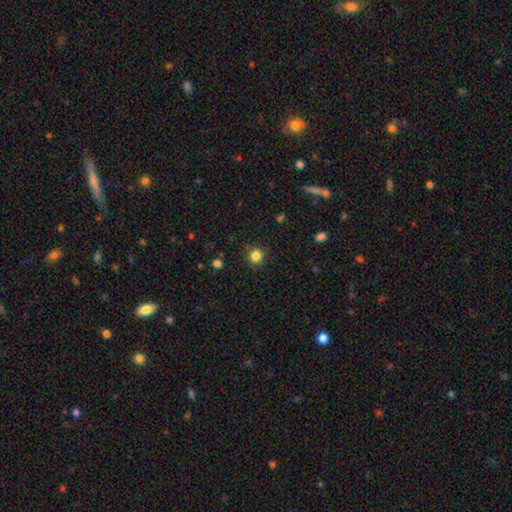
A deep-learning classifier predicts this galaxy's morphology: smooth_or_featured: smooth (p=0.83) [alt: star or artifact p=0.13]
how_rounded: round (p=0.93) [alt: in between p=0.06]
merging: none (p=0.91) [alt: minor disturbance p=0.06]